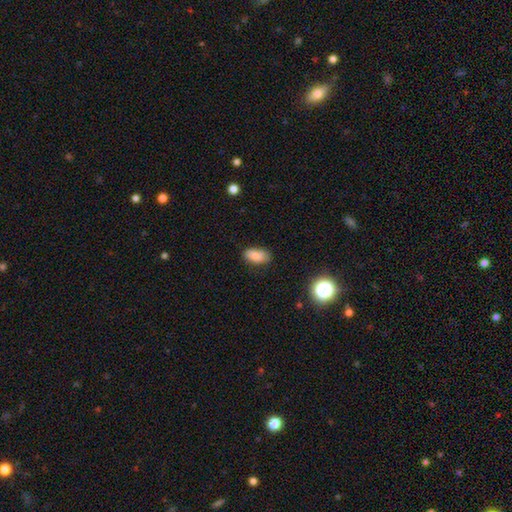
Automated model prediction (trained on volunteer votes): Smooth or featured? smooth (82%)
How rounded? in between (91%)
Merging? none (73%)